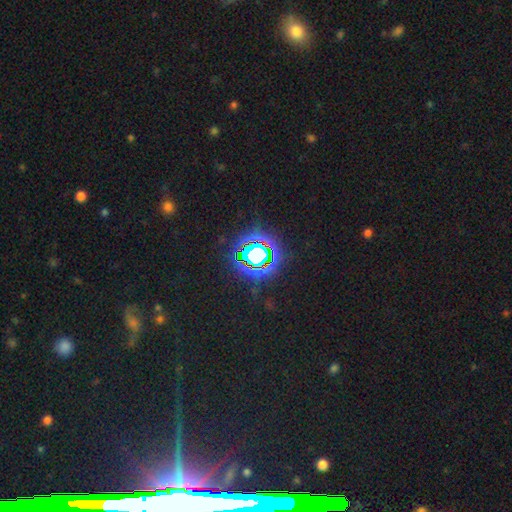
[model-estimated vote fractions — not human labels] star or artifact 76%, smooth 14%, featured or disk 10%.